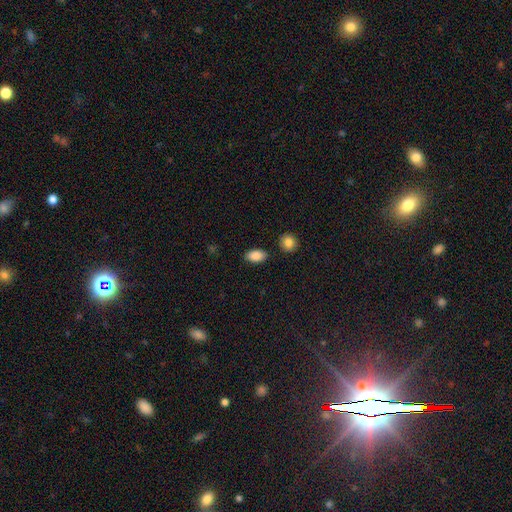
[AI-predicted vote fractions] Smooth or featured? smooth (87%)
How rounded? in between (92%)
Merging? none (85%)